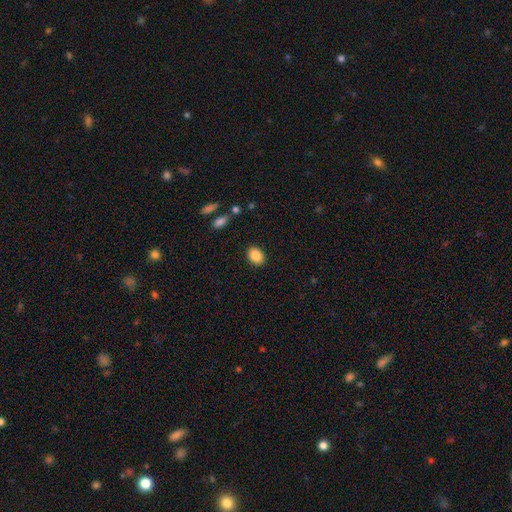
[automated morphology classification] type=smooth (87%); roundness=in between (64%); merging=none (89%).